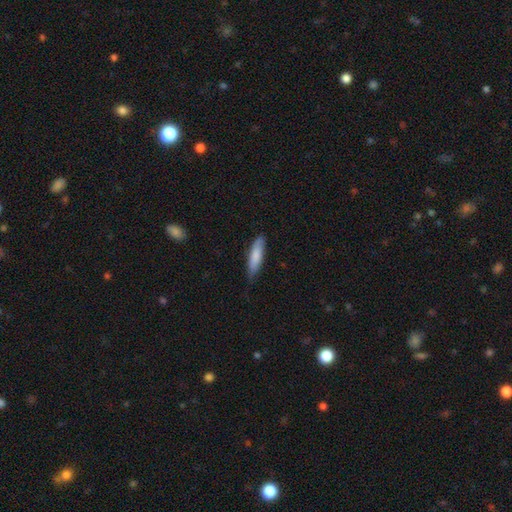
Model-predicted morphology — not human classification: Overall: smooth (82%). How rounded: cigar-shaped (66%; in between 32%). Merging: none (75%).